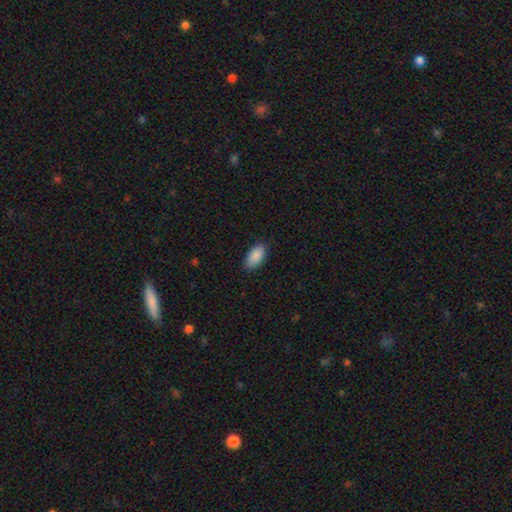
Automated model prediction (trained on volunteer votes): Overall: smooth (90%). How rounded: in between (92%). Merging: none (85%).